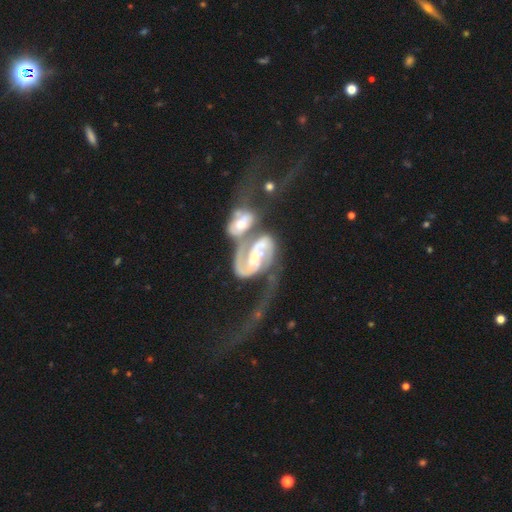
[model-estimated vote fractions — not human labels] featured or disk 90%, smooth 5%, star or artifact 5%. Down the decision tree: edge-on disk — no (97%); bar — weak (40%); spiral arms — yes (96%); spiral arm count — 2 (86%); spiral winding — medium (43%); bulge size — small (45%, tied with moderate); merging — merger (69%).